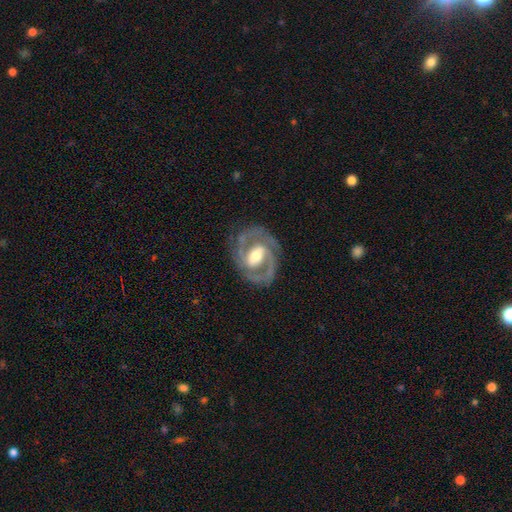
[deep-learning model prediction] Smooth or featured? Predicted: featured or disk (p=0.89). Edge-on disk? Predicted: no (p=0.97). Bar? Predicted: weak (p=0.41, tied with strong). Spiral arms? Predicted: yes (p=0.96). Spiral winding? Predicted: medium (p=0.51). Spiral arm count? Predicted: 2 (p=0.89). Bulge size? Predicted: moderate (p=0.66). Merging? Predicted: none (p=0.81).